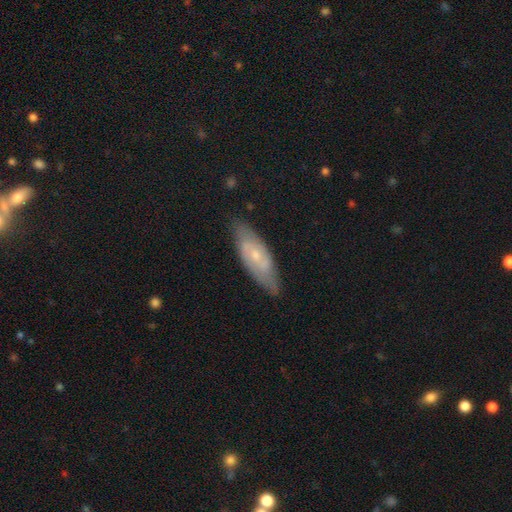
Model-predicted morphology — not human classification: Smooth or featured? Predicted: featured or disk (p=0.60). Edge-on disk? Predicted: no (p=0.81). Merging? Predicted: none (p=0.76).